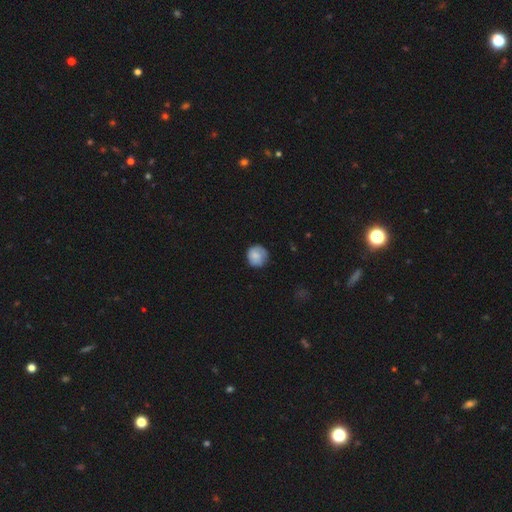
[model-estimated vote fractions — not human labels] Q: Smooth or featured?
A: smooth (74%); runner-up: featured or disk (19%)
Q: How rounded?
A: round (89%); runner-up: in between (11%)
Q: Merging?
A: none (73%); runner-up: minor disturbance (20%)